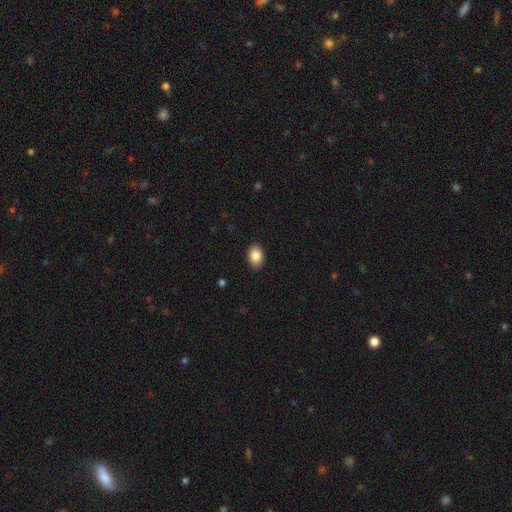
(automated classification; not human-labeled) Smooth or featured? smooth (87%)
How rounded? in between (82%)
Merging? none (90%)